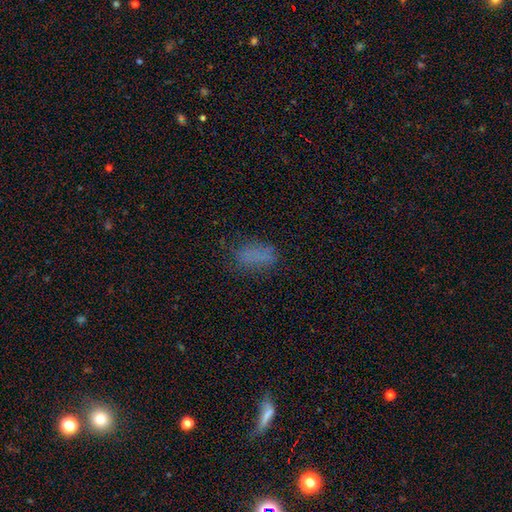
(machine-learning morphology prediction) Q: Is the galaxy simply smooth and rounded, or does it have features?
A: smooth — 70%.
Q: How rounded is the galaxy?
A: in between — 83%.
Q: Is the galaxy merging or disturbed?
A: none — 66%.